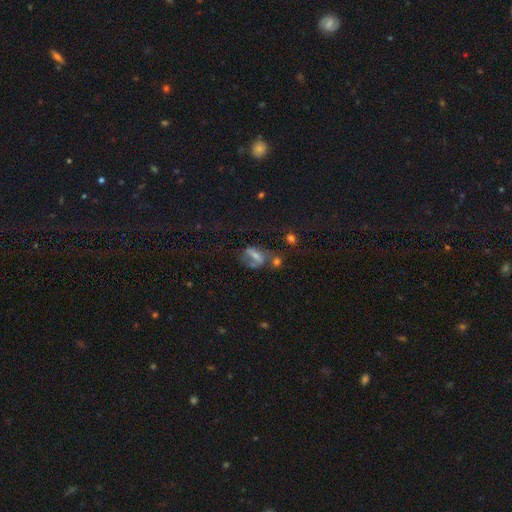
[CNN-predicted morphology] The model was most divided on "smooth or featured": featured or disk: 40%, smooth: 30%, star or artifact: 30%. Remaining: merging — none (42%).